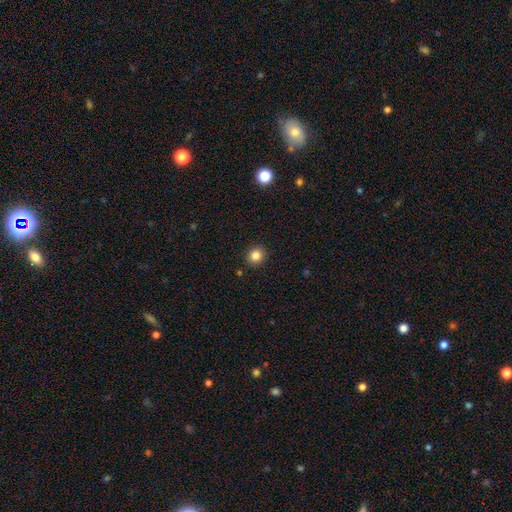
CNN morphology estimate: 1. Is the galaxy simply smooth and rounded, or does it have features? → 84% smooth, 11% star or artifact, 5% featured or disk.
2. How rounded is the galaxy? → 84% round, 15% in between, 1% cigar-shaped.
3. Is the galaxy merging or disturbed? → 91% none, 6% minor disturbance, 2% major disturbance, 1% merger.